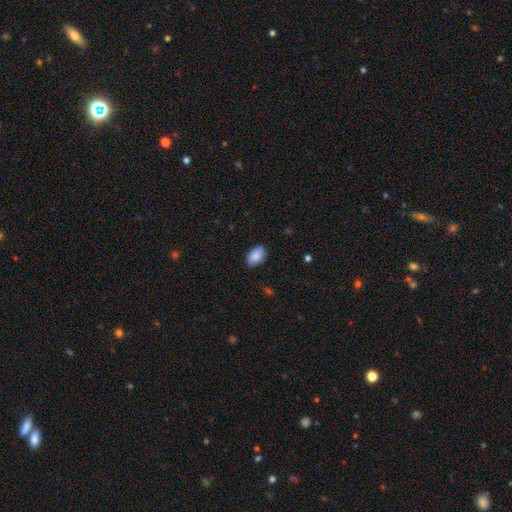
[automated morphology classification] smooth 84%, featured or disk 9%, star or artifact 7%. Down the decision tree: how rounded — in between (90%); merging — none (82%).